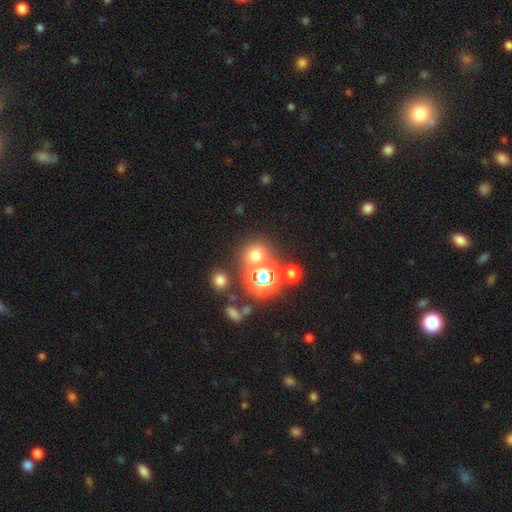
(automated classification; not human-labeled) smooth_or_featured: smooth (p=0.60) [alt: star or artifact p=0.31]
how_rounded: round (p=0.85) [alt: in between p=0.14]
merging: none (p=0.65) [alt: merger p=0.23]